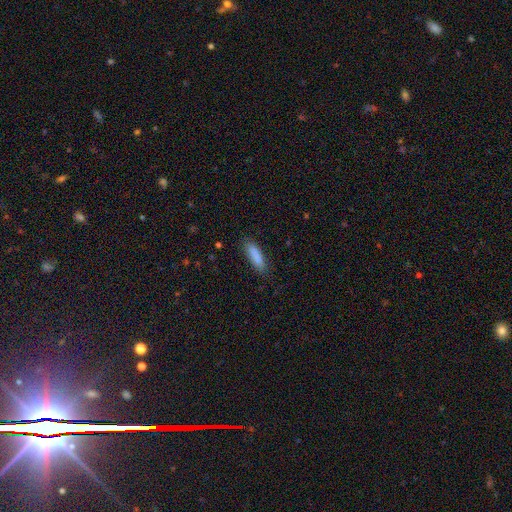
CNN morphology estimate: type=smooth (87%); roundness=cigar-shaped (61%); merging=none (84%).